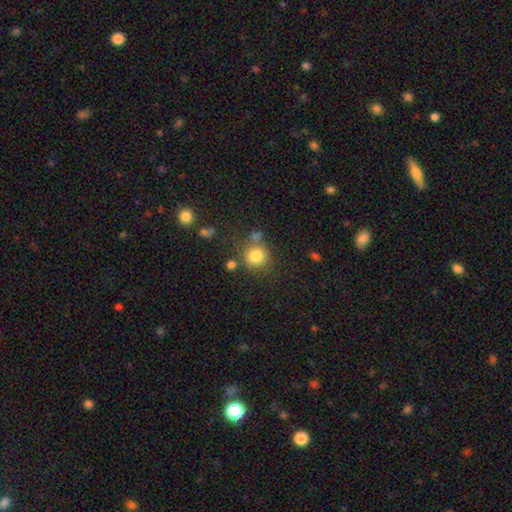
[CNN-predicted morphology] Smooth or featured?
  - smooth: 81% *
  - star or artifact: 11%
  - featured or disk: 8%
How rounded?
  - round: 88% *
  - in between: 11%
  - cigar-shaped: 1%
Merging?
  - none: 68% *
  - minor disturbance: 14%
  - merger: 12%
  - major disturbance: 5%